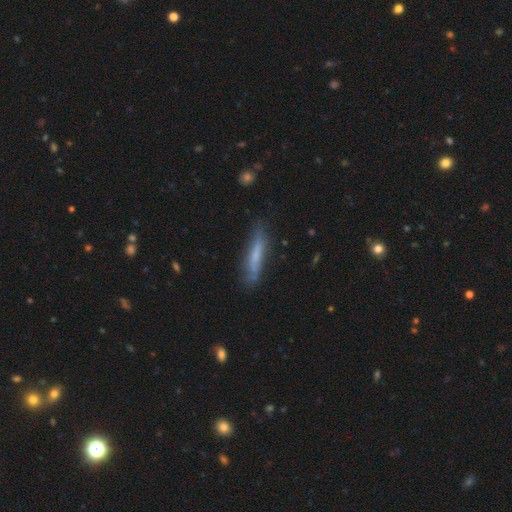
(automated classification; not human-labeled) This is possibly a smooth galaxy (56%). How rounded: clearly cigar-shaped (86%). Merging: likely none (73%).